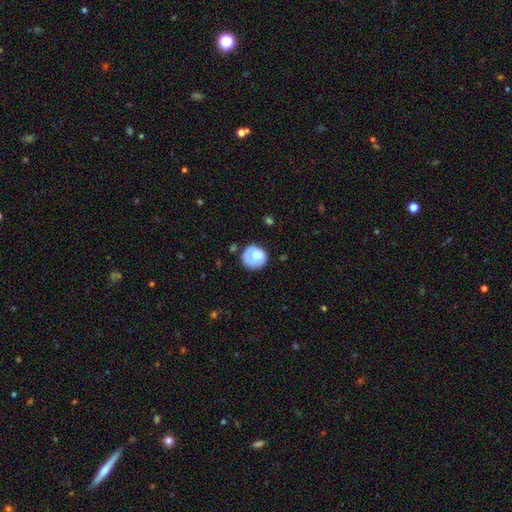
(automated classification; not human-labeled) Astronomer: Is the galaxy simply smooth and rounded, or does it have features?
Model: smooth — 71%.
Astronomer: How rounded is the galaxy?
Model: round — 84%.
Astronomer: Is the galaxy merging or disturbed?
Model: none — 63%.